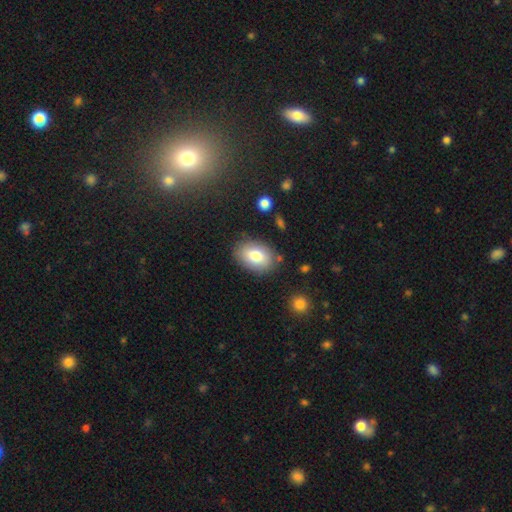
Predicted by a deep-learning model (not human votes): smooth_or_featured: smooth (p=0.81) [alt: featured or disk p=0.12]
how_rounded: in between (p=0.85) [alt: round p=0.14]
merging: none (p=0.82) [alt: minor disturbance p=0.12]